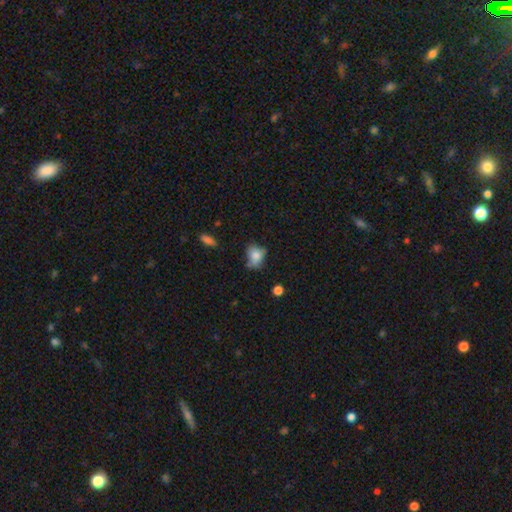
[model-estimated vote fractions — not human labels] A smooth galaxy with no disk features (75%) that is in between round and cigar-shaped (61%). Merging: none (46%).